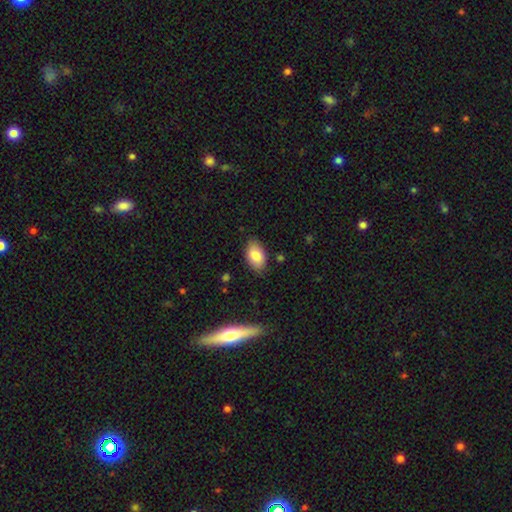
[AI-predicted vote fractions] Q: Smooth or featured?
A: smooth (83%); runner-up: featured or disk (10%)
Q: How rounded?
A: in between (93%); runner-up: round (6%)
Q: Merging?
A: none (83%); runner-up: minor disturbance (13%)